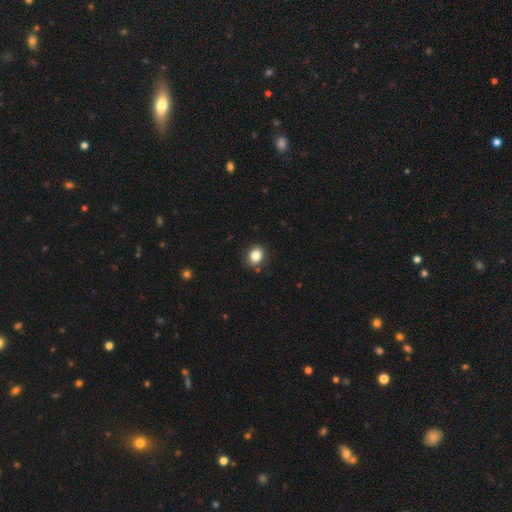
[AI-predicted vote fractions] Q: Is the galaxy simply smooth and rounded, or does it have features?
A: smooth — 83%.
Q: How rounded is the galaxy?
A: round — 58%.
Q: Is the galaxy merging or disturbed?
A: none — 87%.